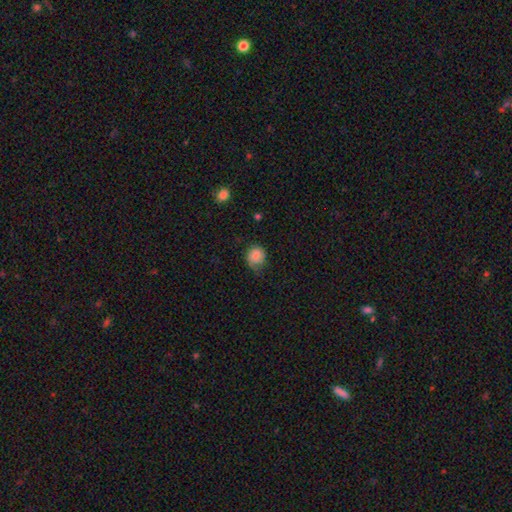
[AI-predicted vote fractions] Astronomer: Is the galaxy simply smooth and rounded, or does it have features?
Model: smooth — 81%.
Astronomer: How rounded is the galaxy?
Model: round — 72%.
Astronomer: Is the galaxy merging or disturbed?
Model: none — 49% (runner-up: minor disturbance, 35%).